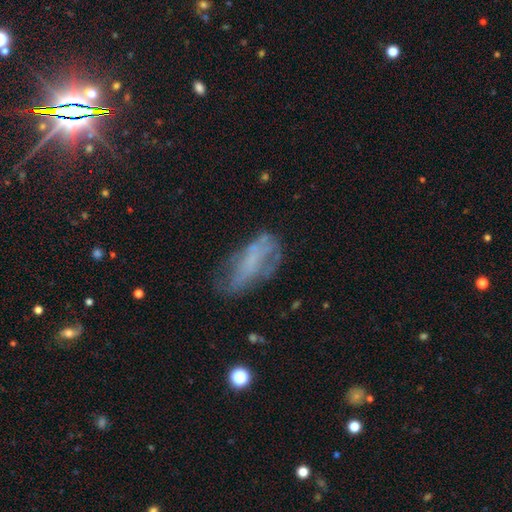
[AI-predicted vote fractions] Smooth or featured? Predicted: featured or disk (p=0.43). Merging? Predicted: none (p=0.48).